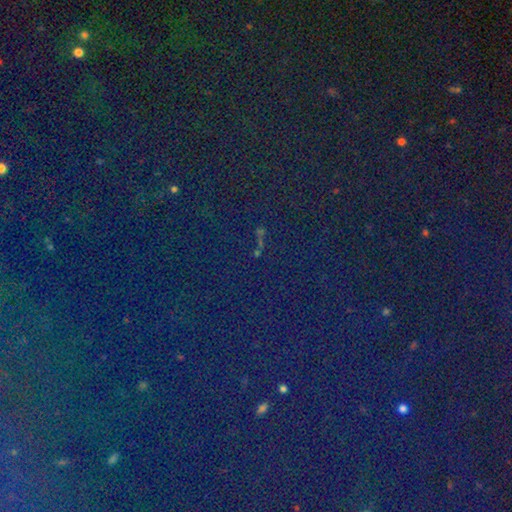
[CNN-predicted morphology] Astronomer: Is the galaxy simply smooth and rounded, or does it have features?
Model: star or artifact — 79%.